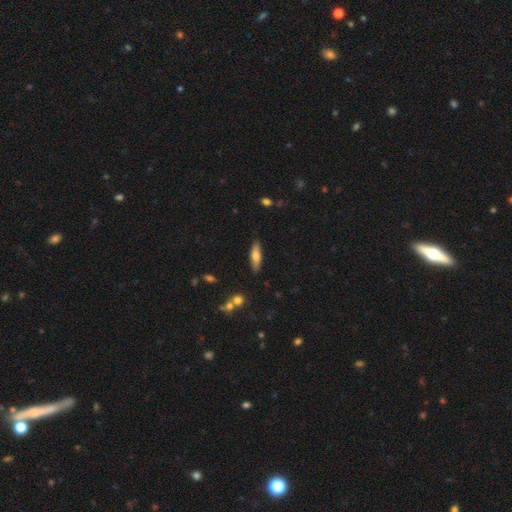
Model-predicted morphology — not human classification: A smooth galaxy with no disk features (70%) that is cigar-shaped (58%). Merging: none (85%).